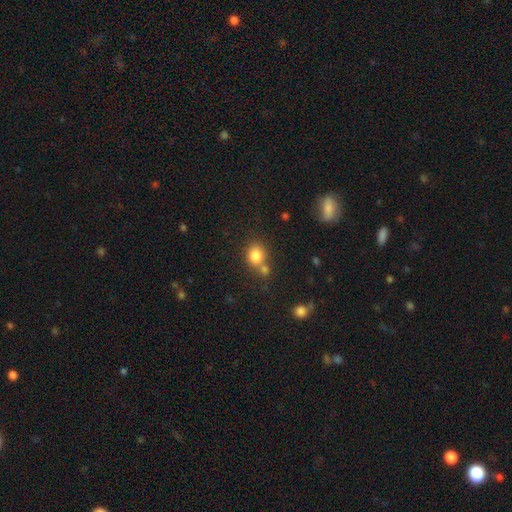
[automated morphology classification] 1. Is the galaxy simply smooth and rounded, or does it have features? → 82% smooth, 11% star or artifact, 7% featured or disk.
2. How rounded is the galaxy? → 73% round, 26% in between, 1% cigar-shaped.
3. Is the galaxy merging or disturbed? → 53% none, 31% merger, 11% minor disturbance, 4% major disturbance.